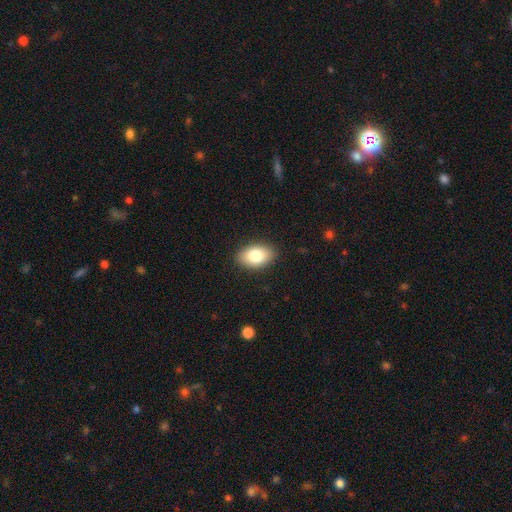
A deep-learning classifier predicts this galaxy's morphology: smooth-or-featured: smooth: 81% | featured or disk: 12% | star or artifact: 7%
  how-rounded: in between: 90% | round: 9% | cigar-shaped: 1%
  merging: none: 88% | minor disturbance: 9% | major disturbance: 2% | merger: 1%